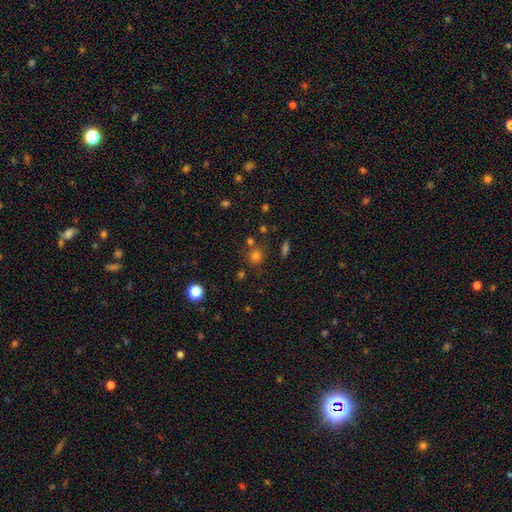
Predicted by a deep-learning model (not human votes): Overall: smooth (72%). How rounded: round (86%). Merging: none (72%).